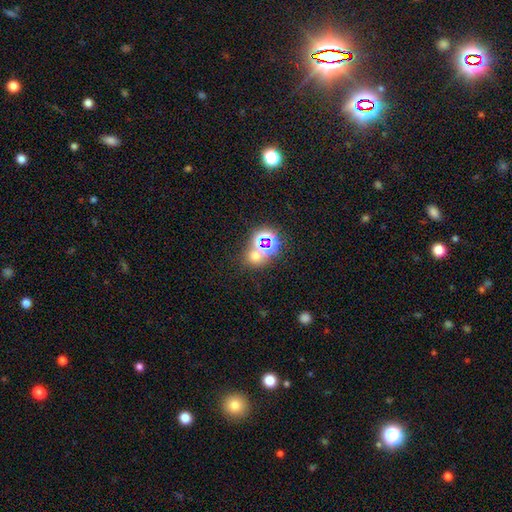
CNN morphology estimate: Smooth or featured?
  - smooth: 50% *
  - star or artifact: 40%
  - featured or disk: 9%
How rounded?
  - round: 77% *
  - in between: 22%
  - cigar-shaped: 1%
Merging?
  - none: 60% *
  - merger: 27%
  - minor disturbance: 8%
  - major disturbance: 5%